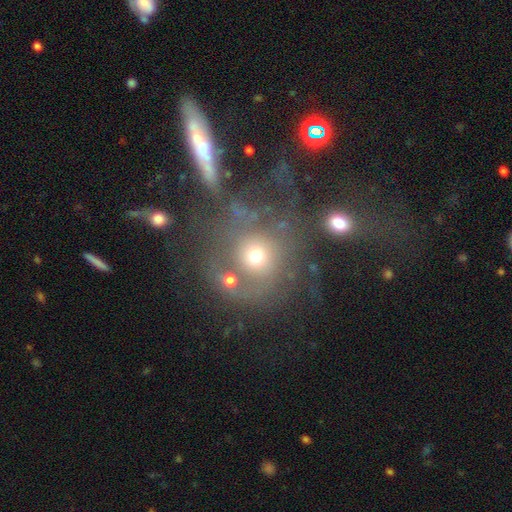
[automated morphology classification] A smooth galaxy with no disk features (51%) that is round (86%). Merging: none (44%).